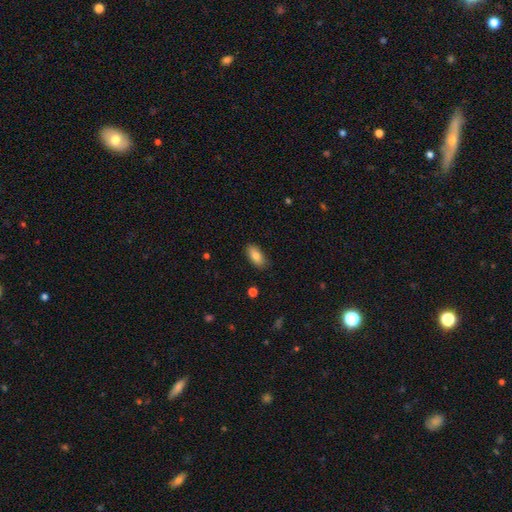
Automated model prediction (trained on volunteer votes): smooth 82%, featured or disk 11%, star or artifact 7%. Down the decision tree: how rounded — in between (89%); merging — none (86%).